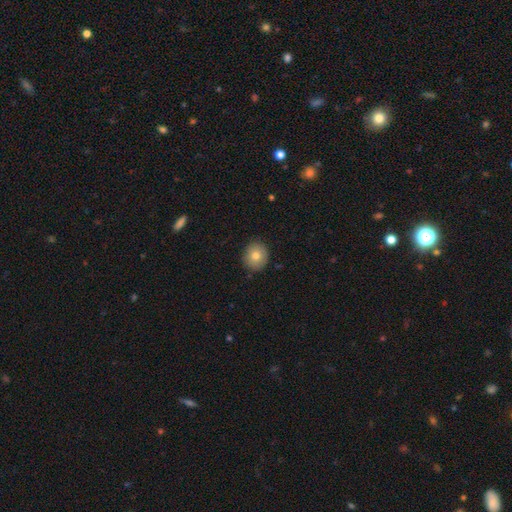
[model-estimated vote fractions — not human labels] smooth 77%, featured or disk 13%, star or artifact 10%. Down the decision tree: how rounded — round (79%); merging — none (87%).